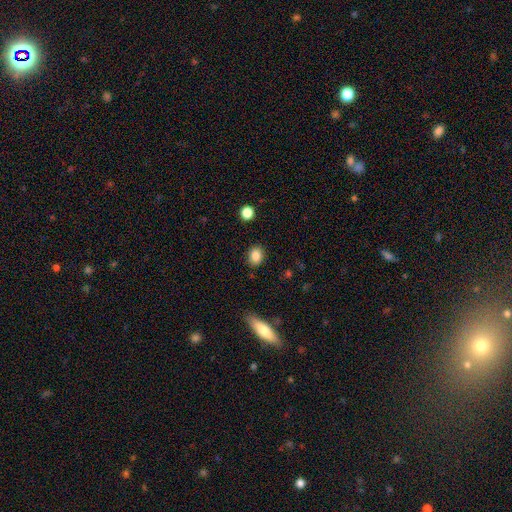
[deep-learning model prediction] Smooth or featured? smooth (85%)
How rounded? in between (55%)
Merging? none (86%)